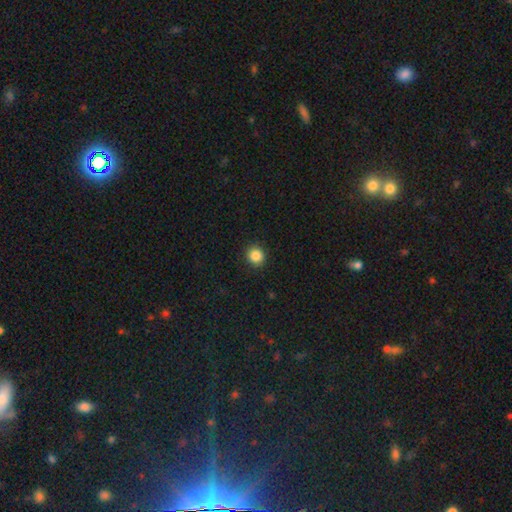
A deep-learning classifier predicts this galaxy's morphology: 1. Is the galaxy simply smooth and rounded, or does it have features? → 86% smooth, 10% star or artifact, 4% featured or disk.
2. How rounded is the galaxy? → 90% round, 9% in between, 1% cigar-shaped.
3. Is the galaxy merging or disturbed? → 92% none, 5% minor disturbance, 2% major disturbance, 1% merger.